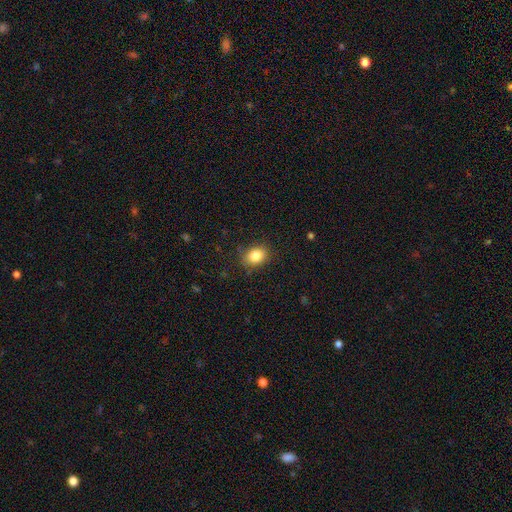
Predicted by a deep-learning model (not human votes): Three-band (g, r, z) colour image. It shows a smooth galaxy with no disk features (84%) that is in between round and cigar-shaped (57%). Merging: none (82%).